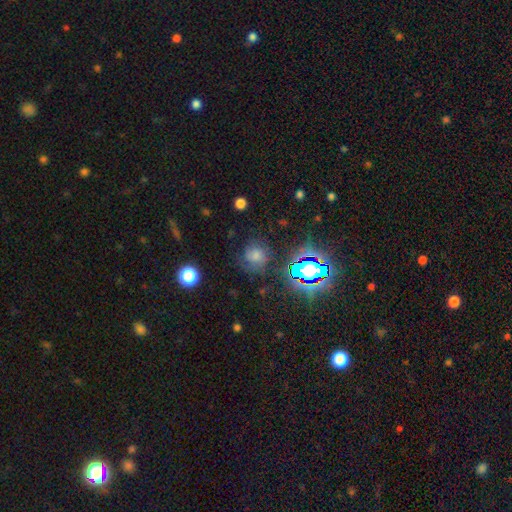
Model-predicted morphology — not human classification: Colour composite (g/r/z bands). It shows a smooth galaxy with no disk features (49%). Merging: none (62%).